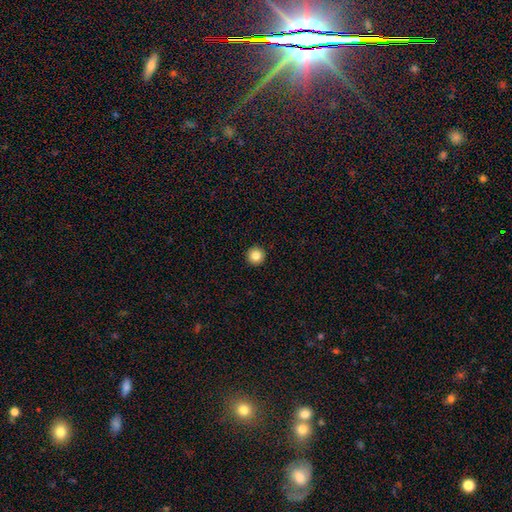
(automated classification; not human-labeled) Overall: smooth (84%). How rounded: round (97%). Merging: none (94%).